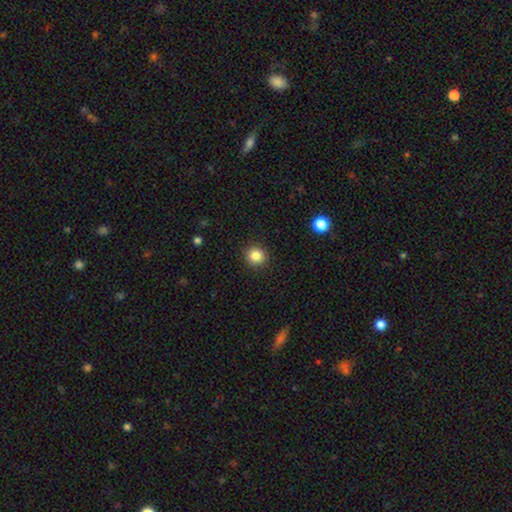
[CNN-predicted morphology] This is clearly a smooth galaxy (84%). How rounded: clearly round (90%). Merging: clearly none (91%).